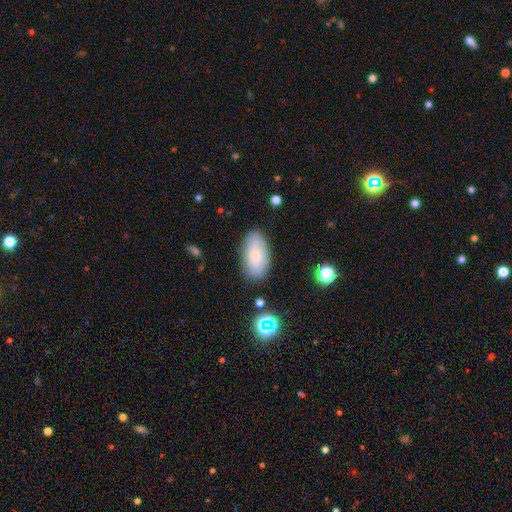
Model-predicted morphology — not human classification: A smooth galaxy with no disk features (66%) that is in between round and cigar-shaped (93%). Merging: none (80%).